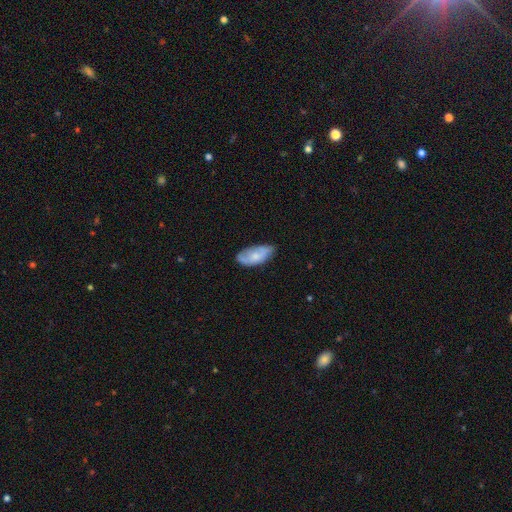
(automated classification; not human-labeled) Morphology: type=smooth (63%); roundness=in between (91%); merging=none (56%).